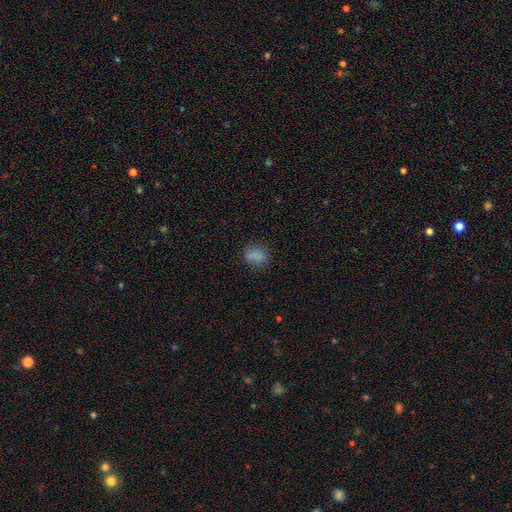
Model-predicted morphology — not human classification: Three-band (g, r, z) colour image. It shows a smooth galaxy with no disk features (81%) that is in between round and cigar-shaped (53%). Merging: none (80%).